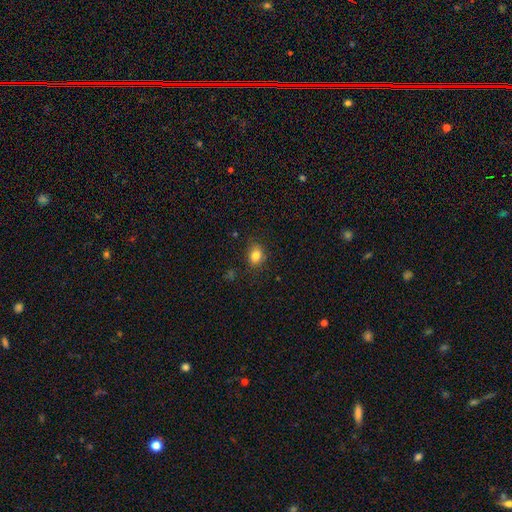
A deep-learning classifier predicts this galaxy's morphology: This appears to be a smooth galaxy with no disk features (83%) that is in between round and cigar-shaped (54%). Merging: none (83%).